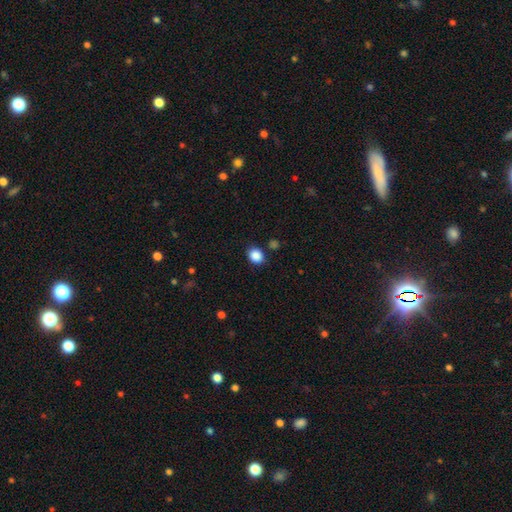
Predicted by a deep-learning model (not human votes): This is clearly a smooth galaxy (88%). How rounded: likely round (66%). Merging: clearly none (83%).